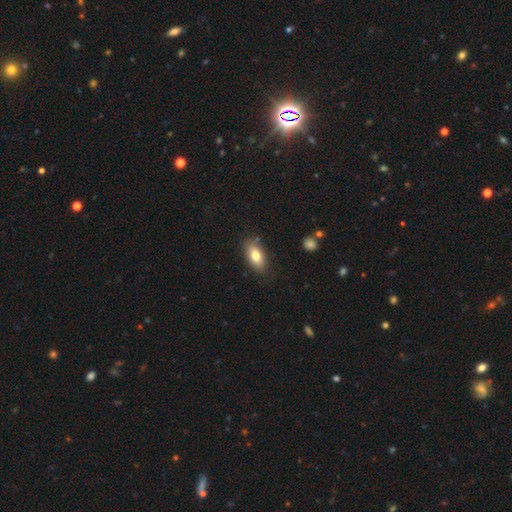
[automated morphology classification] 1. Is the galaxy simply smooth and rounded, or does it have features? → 79% smooth, 14% featured or disk, 7% star or artifact.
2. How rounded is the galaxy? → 89% in between, 6% cigar-shaped, 5% round.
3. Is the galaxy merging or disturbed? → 82% none, 13% minor disturbance, 3% major disturbance, 2% merger.